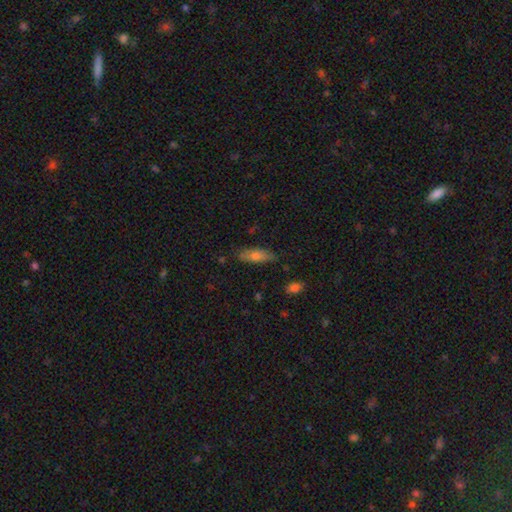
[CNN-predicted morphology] Q: Smooth or featured?
A: smooth (67%); runner-up: featured or disk (25%)
Q: How rounded?
A: in between (51%); runner-up: cigar-shaped (46%)
Q: Merging?
A: none (82%); runner-up: minor disturbance (14%)